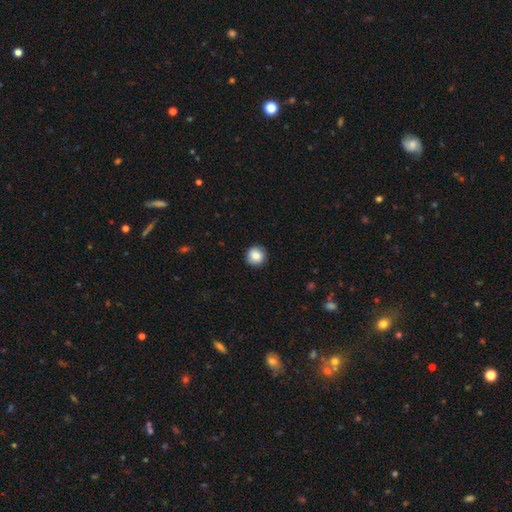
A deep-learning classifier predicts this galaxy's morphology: A smooth galaxy with no disk features (86%) that is round (93%).

Vote fractions:
- Smooth or featured? smooth: 86% / star or artifact: 8% / featured or disk: 5%
- How rounded? round: 93% / in between: 6% / cigar-shaped: 1%
- Merging? none: 91% / minor disturbance: 6% / major disturbance: 2% / merger: 1%